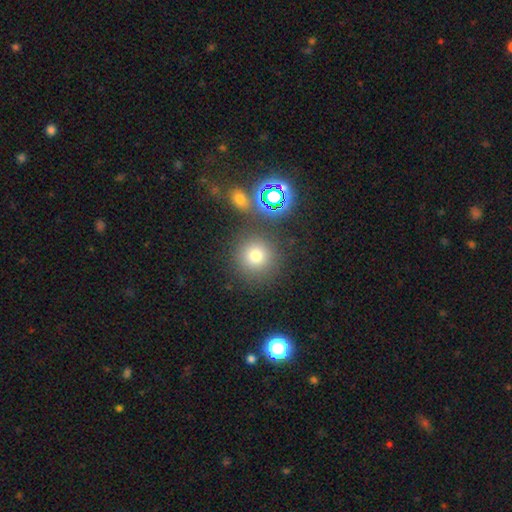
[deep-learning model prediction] Smooth or featured?
  - smooth: 72% *
  - star or artifact: 20%
  - featured or disk: 9%
How rounded?
  - round: 93% *
  - in between: 6%
  - cigar-shaped: 1%
Merging?
  - none: 81% *
  - minor disturbance: 8%
  - merger: 7%
  - major disturbance: 4%